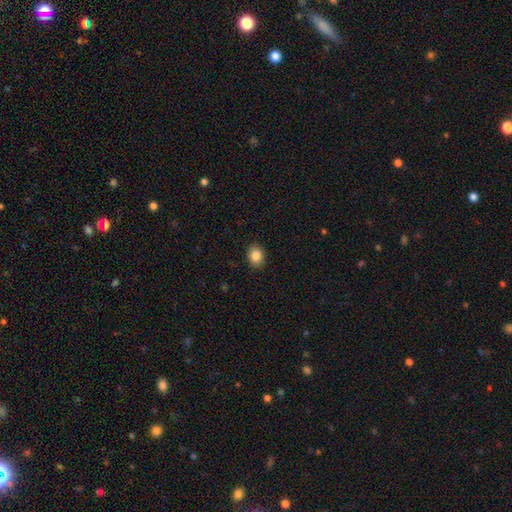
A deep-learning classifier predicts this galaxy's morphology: The model was most divided on "how rounded": in between: 50%, round: 49%, cigar-shaped: 1%. More confident: merging — none (90%); smooth or featured — smooth (85%).